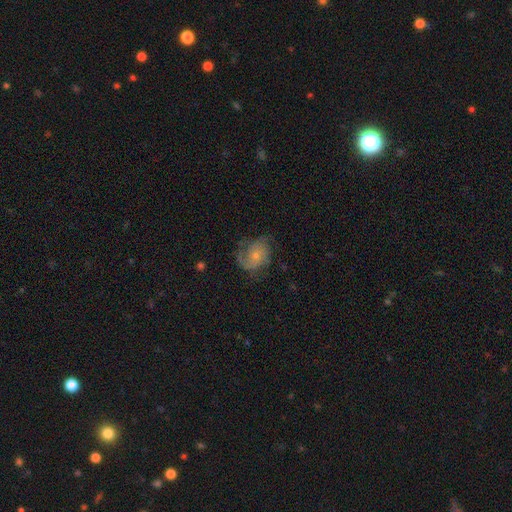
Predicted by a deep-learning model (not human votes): Q: Smooth or featured?
A: featured or disk (63%); runner-up: smooth (30%)
Q: Edge-on disk?
A: no (97%); runner-up: yes (3%)
Q: Bar?
A: no (76%); runner-up: weak (21%)
Q: Spiral arms?
A: yes (87%); runner-up: no (13%)
Q: Spiral winding?
A: medium (43%); runner-up: loose (29%)
Q: Spiral arm count?
A: 2 (38%); runner-up: 1 (28%)
Q: Bulge size?
A: small (65%); runner-up: moderate (26%)
Q: Merging?
A: none (54%); runner-up: minor disturbance (24%)